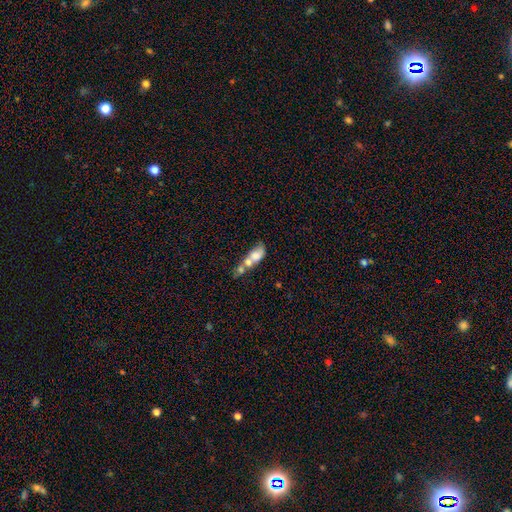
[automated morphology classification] A smooth galaxy with no disk features (61%) that is in between round and cigar-shaped (66%).

Vote fractions:
- Smooth or featured? smooth: 61% / featured or disk: 30% / star or artifact: 10%
- How rounded? in between: 66% / cigar-shaped: 19% / round: 15%
- Merging? merger: 64% / none: 17% / major disturbance: 10% / minor disturbance: 10%